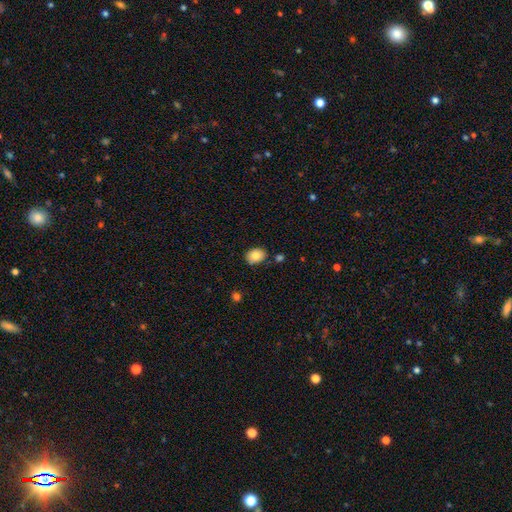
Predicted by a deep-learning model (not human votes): Smooth or featured? smooth (84%)
How rounded? in between (62%)
Merging? none (79%)